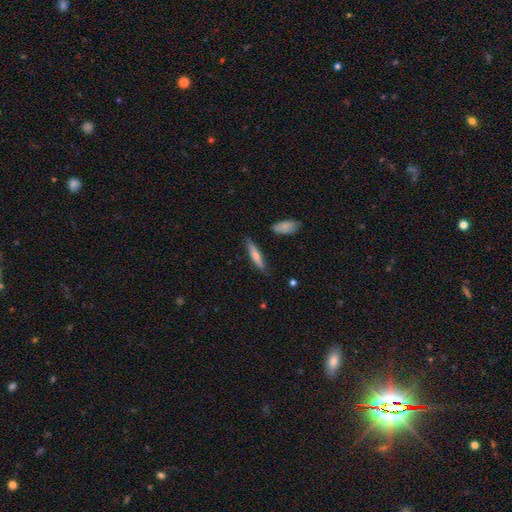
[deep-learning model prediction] Overall: smooth (67%; featured or disk 28%). How rounded: cigar-shaped (84%). Merging: none (82%).